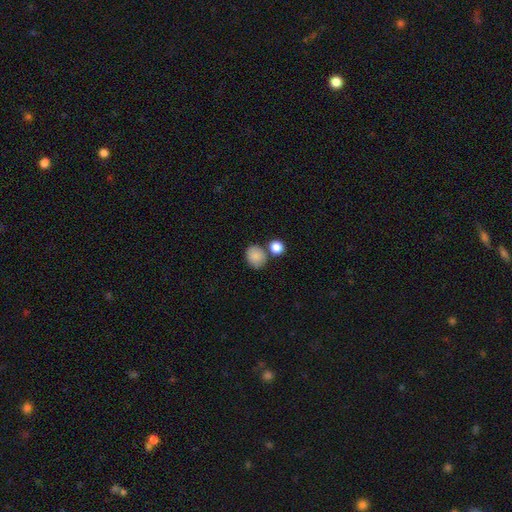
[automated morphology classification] smooth 85%, star or artifact 9%, featured or disk 7%. Down the decision tree: how rounded — round (60%); merging — none (68%).